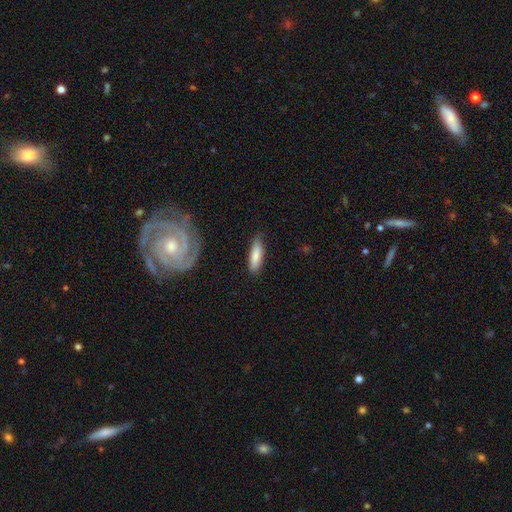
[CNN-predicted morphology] Q: Smooth or featured?
A: smooth (81%); runner-up: featured or disk (13%)
Q: How rounded?
A: cigar-shaped (56%); runner-up: in between (42%)
Q: Merging?
A: none (76%); runner-up: minor disturbance (18%)